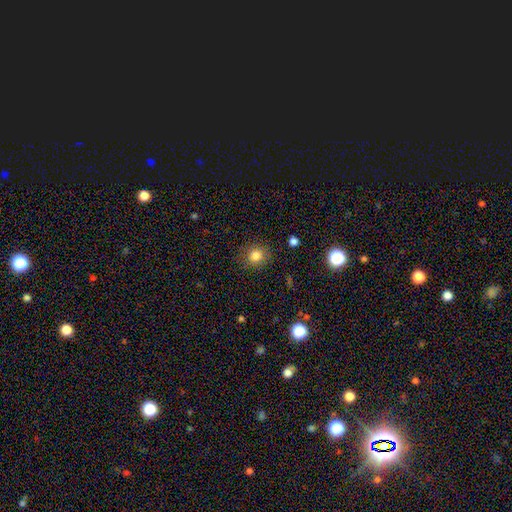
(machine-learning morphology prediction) Smooth or featured?
  - smooth: 82% *
  - star or artifact: 12%
  - featured or disk: 6%
How rounded?
  - round: 82% *
  - in between: 17%
  - cigar-shaped: 1%
Merging?
  - none: 85% *
  - minor disturbance: 10%
  - major disturbance: 3%
  - merger: 1%